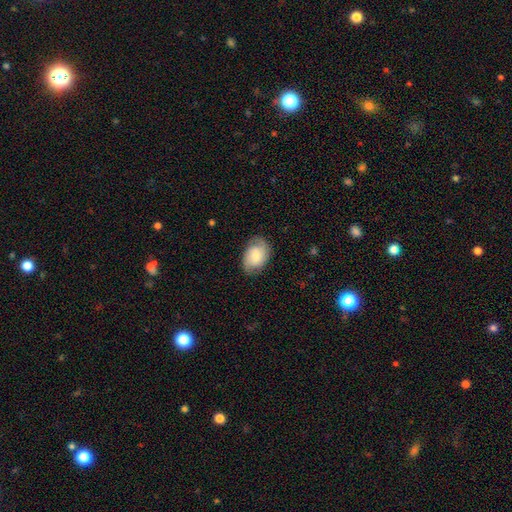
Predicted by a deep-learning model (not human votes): Smooth or featured? smooth (56%)
How rounded? in between (83%)
Merging? none (76%)